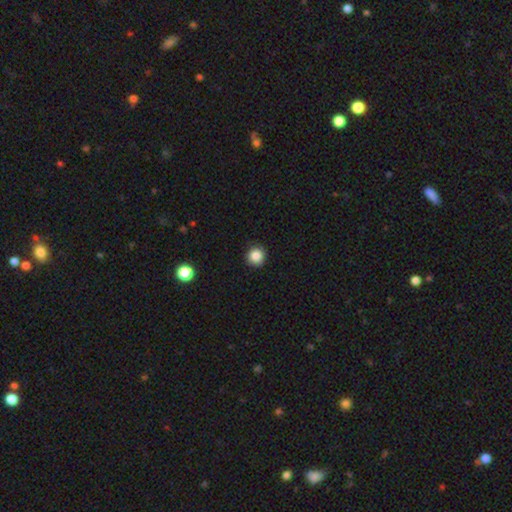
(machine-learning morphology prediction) smooth-or-featured: smooth: 85% | star or artifact: 11% | featured or disk: 4%
  how-rounded: round: 95% | in between: 4% | cigar-shaped: 1%
  merging: none: 92% | minor disturbance: 5% | major disturbance: 2% | merger: 1%